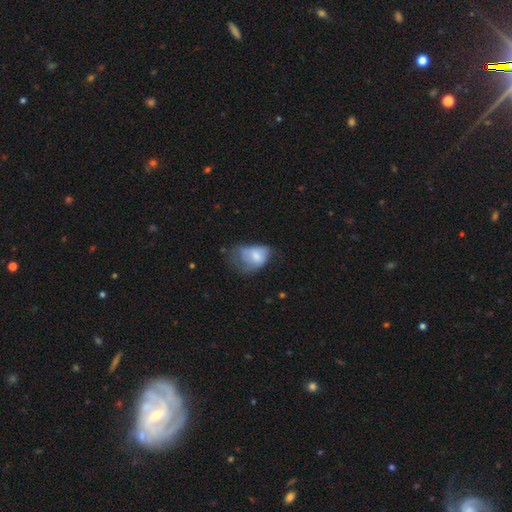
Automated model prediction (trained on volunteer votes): smooth_or_featured: smooth (p=0.63) [alt: featured or disk p=0.29]
how_rounded: in between (p=0.78) [alt: round p=0.21]
merging: major disturbance (p=0.44) [alt: minor disturbance p=0.32]